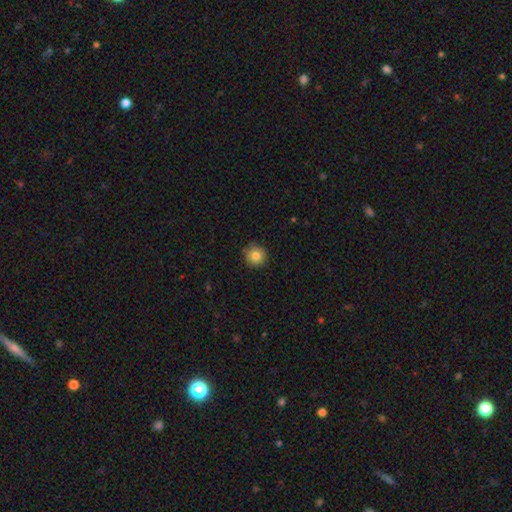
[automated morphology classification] Q: Smooth or featured?
A: smooth (83%); runner-up: star or artifact (10%)
Q: How rounded?
A: round (94%); runner-up: in between (5%)
Q: Merging?
A: none (88%); runner-up: minor disturbance (9%)